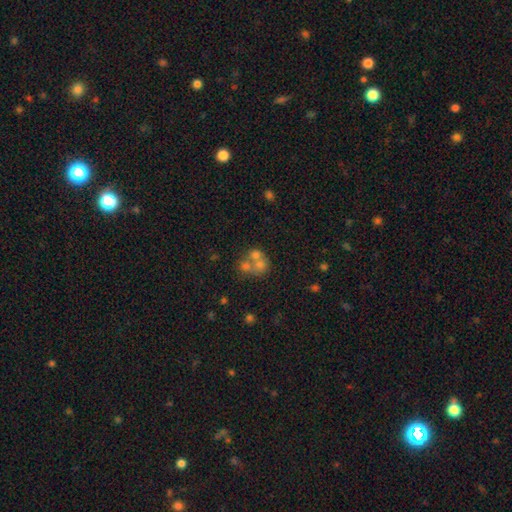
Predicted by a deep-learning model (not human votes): smooth-or-featured: smooth: 56% | featured or disk: 29% | star or artifact: 15%
  how-rounded: round: 70% | in between: 29% | cigar-shaped: 1%
  merging: merger: 62% | none: 27% | minor disturbance: 7% | major disturbance: 5%